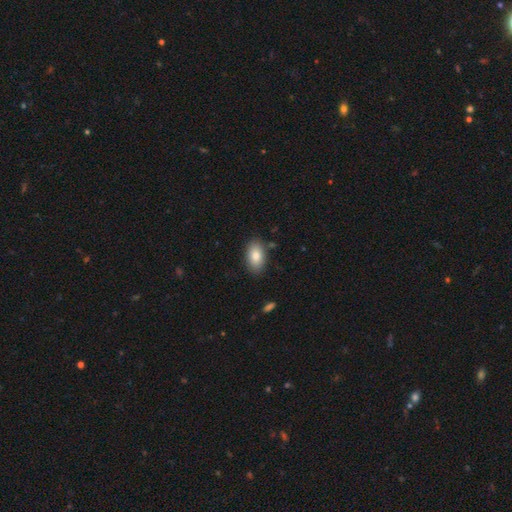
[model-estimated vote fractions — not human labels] The model was most divided on "smooth or featured": smooth: 82%, featured or disk: 11%, star or artifact: 7%. More confident: how rounded — in between (92%); merging — none (85%).